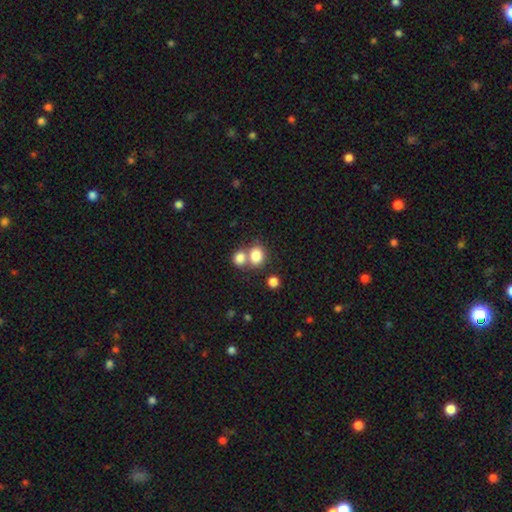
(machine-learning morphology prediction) type=smooth (81%); roundness=round (58%); merging=merger (47%).